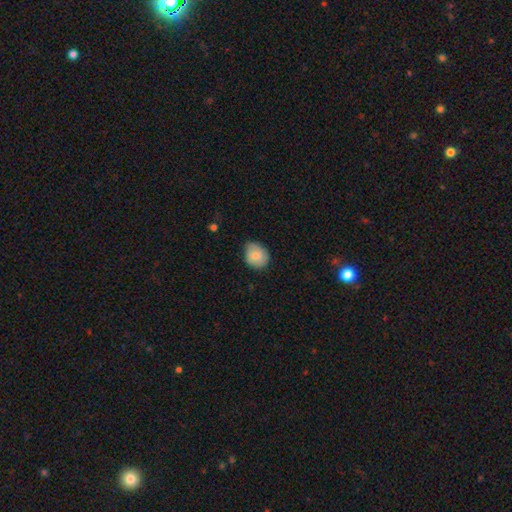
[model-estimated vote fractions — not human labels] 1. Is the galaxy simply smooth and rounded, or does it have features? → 84% smooth, 9% featured or disk, 7% star or artifact.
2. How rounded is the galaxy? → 60% round, 40% in between, 1% cigar-shaped.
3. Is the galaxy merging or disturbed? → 64% none, 31% minor disturbance, 4% major disturbance, 1% merger.